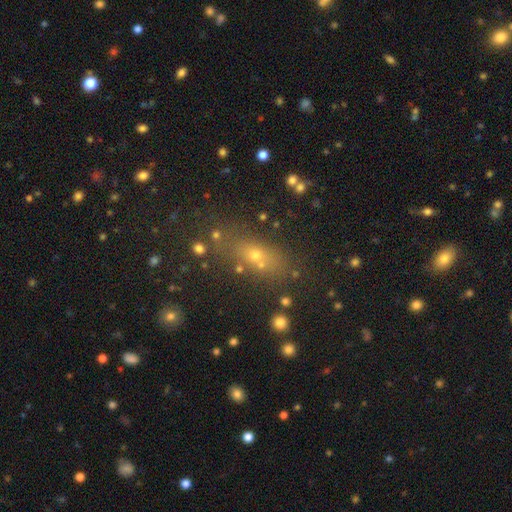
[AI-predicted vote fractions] This is possibly a smooth galaxy (52%). How rounded: possibly in between (56%). Merging: likely none (73%).